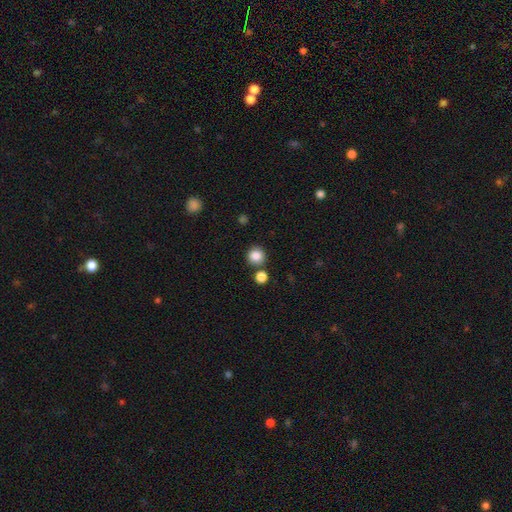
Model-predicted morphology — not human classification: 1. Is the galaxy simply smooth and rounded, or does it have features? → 85% smooth, 10% star or artifact, 5% featured or disk.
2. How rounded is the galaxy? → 91% round, 8% in between, 1% cigar-shaped.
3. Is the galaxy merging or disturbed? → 78% none, 11% merger, 8% minor disturbance, 2% major disturbance.